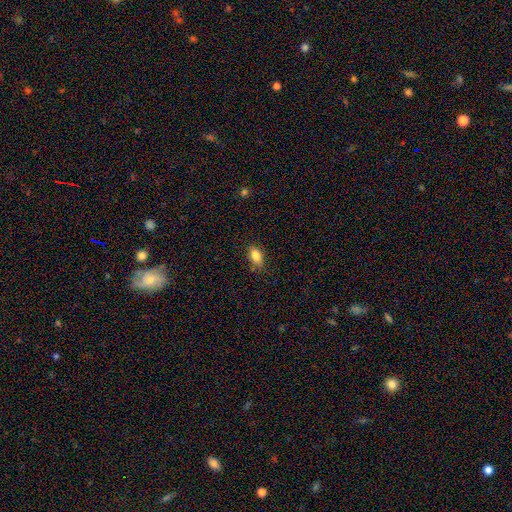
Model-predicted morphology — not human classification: This appears to be a smooth galaxy with no disk features (85%) that is in between round and cigar-shaped (87%). Merging: none (82%).